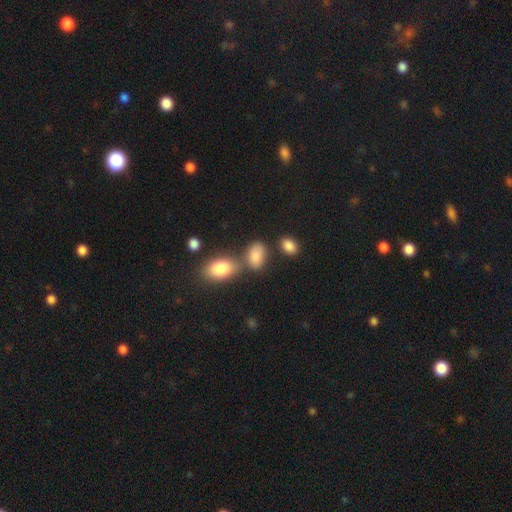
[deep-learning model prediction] A smooth galaxy with no disk features (84%) that is in between round and cigar-shaped (89%).

Vote fractions:
- Smooth or featured? smooth: 84% / star or artifact: 9% / featured or disk: 8%
- How rounded? in between: 89% / round: 9% / cigar-shaped: 2%
- Merging? none: 57% / merger: 22% / minor disturbance: 16% / major disturbance: 5%